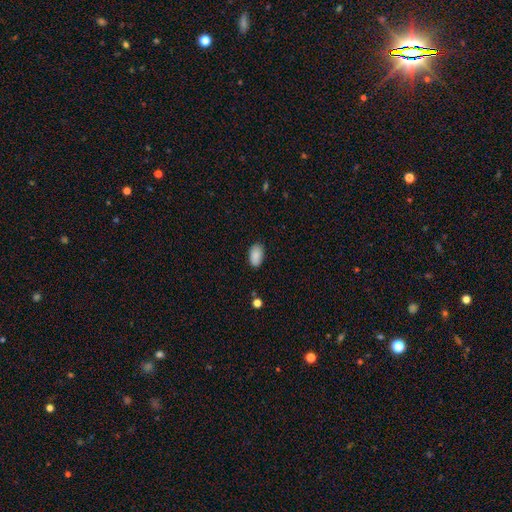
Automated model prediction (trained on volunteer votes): A smooth galaxy with no disk features (89%) that is in between round and cigar-shaped (93%).

Vote fractions:
- Smooth or featured? smooth: 89% / star or artifact: 7% / featured or disk: 4%
- How rounded? in between: 93% / round: 6% / cigar-shaped: 1%
- Merging? none: 85% / minor disturbance: 12% / major disturbance: 2% / merger: 1%